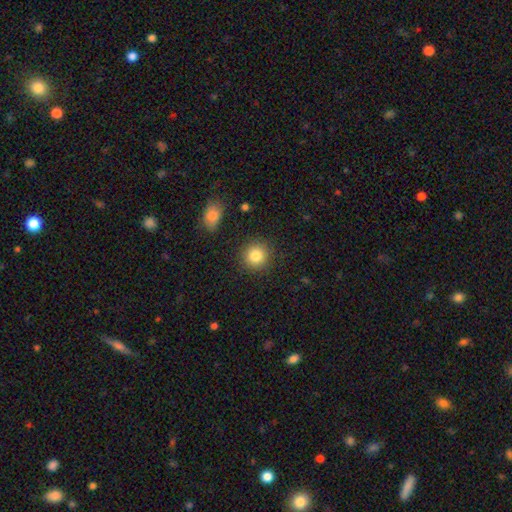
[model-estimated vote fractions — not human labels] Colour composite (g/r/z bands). It shows a smooth galaxy with no disk features (83%) that is round (91%). Merging: none (89%).